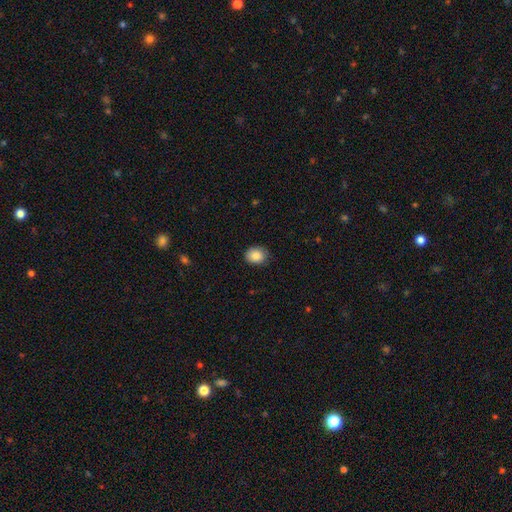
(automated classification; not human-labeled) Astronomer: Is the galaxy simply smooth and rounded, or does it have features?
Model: smooth — 87%.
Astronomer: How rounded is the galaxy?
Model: round — 60% (runner-up: in between, 39%).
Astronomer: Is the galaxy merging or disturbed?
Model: none — 84%.